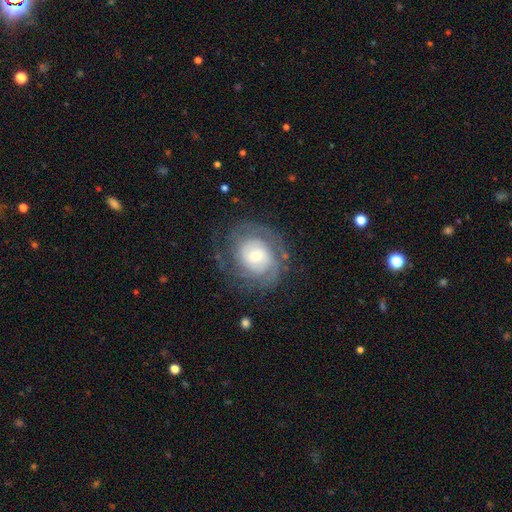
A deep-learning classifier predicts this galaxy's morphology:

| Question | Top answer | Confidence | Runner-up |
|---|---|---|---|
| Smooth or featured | featured or disk | 76% | smooth (18%) |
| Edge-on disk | no | 97% | yes (3%) |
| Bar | no | 72% | weak (23%) |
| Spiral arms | yes | 87% | no (13%) |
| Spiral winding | tight | 66% | medium (26%) |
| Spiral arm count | can't tell | 41% | 2 (29%) |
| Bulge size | small | 49% | moderate (43%) |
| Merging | none | 71% | minor disturbance (16%) |